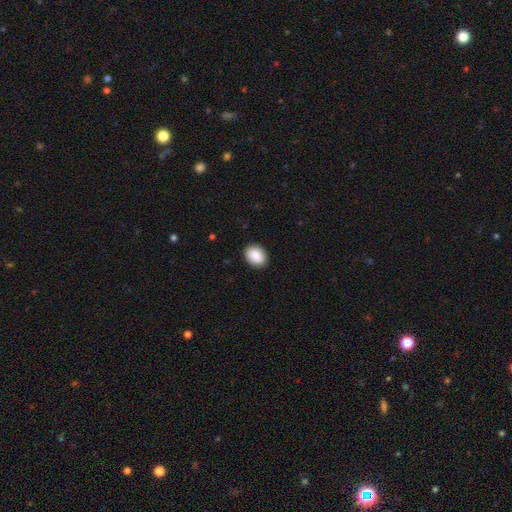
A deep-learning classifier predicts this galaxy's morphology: smooth 87%, star or artifact 7%, featured or disk 6%. Down the decision tree: how rounded — in between (61%); merging — none (89%).